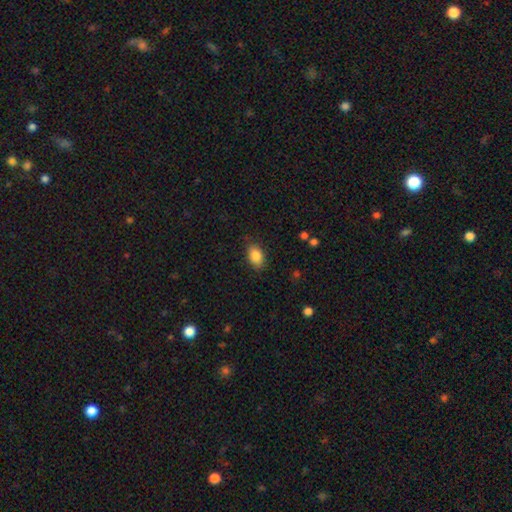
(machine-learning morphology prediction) Overall: smooth (86%). How rounded: in between (88%). Merging: none (82%).